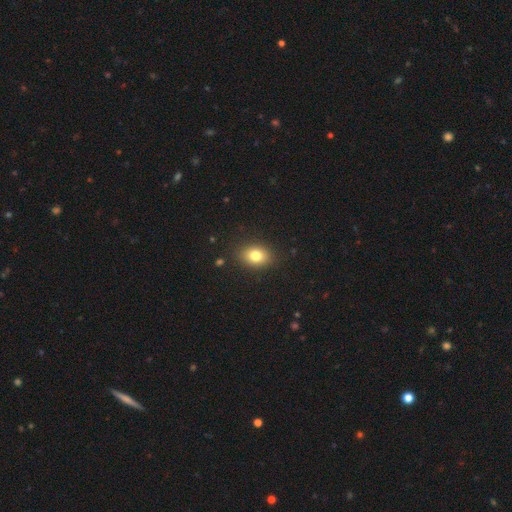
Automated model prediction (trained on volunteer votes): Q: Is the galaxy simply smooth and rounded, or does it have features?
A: smooth — 80%.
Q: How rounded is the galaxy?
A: in between — 69%.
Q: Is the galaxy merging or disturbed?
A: none — 88%.